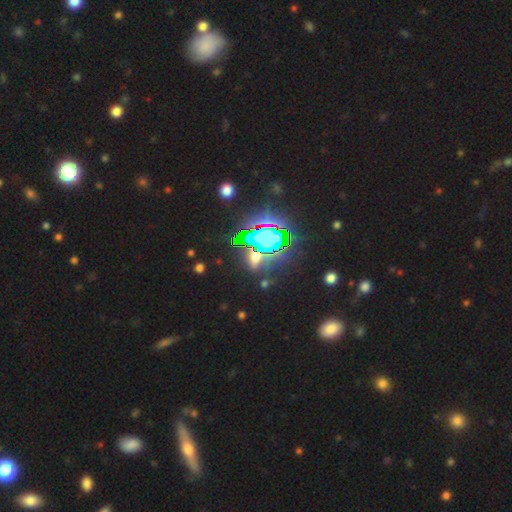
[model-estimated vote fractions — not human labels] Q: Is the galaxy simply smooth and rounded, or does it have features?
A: star or artifact — 68%.